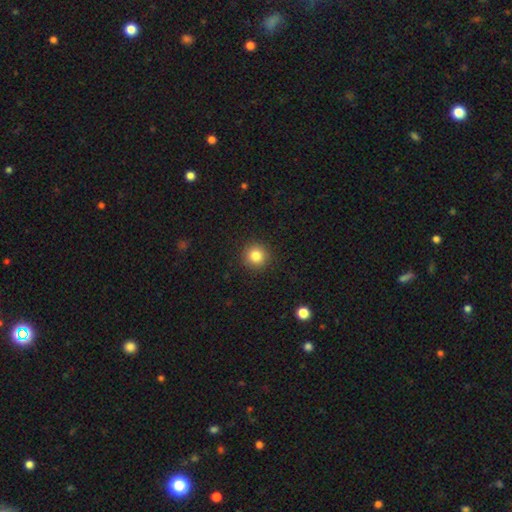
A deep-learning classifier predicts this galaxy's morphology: smooth-or-featured: smooth: 83% | star or artifact: 11% | featured or disk: 6%
  how-rounded: round: 94% | in between: 5% | cigar-shaped: 1%
  merging: none: 92% | minor disturbance: 5% | major disturbance: 2% | merger: 1%